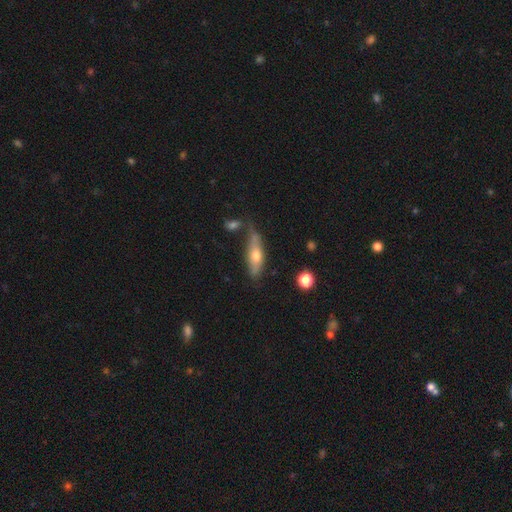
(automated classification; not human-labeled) Smooth or featured: smooth — 51% (featured or disk — 42%)
How rounded: cigar-shaped — 56% (in between — 42%)
Merging: none — 61% (minor disturbance — 22%)